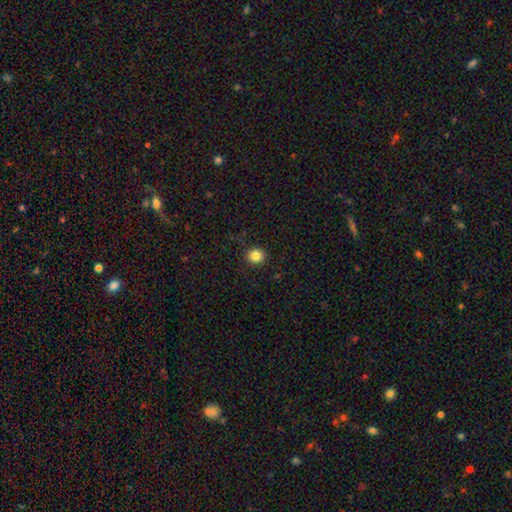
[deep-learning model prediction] smooth-or-featured: smooth: 83% | star or artifact: 11% | featured or disk: 6%
  how-rounded: round: 89% | in between: 11% | cigar-shaped: 1%
  merging: none: 90% | minor disturbance: 7% | major disturbance: 2% | merger: 1%